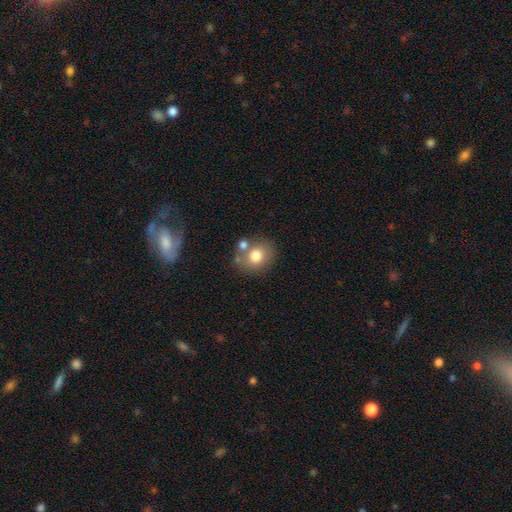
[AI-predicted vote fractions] This is likely a smooth galaxy (76%). How rounded: likely round (72%). Merging: likely none (63%).